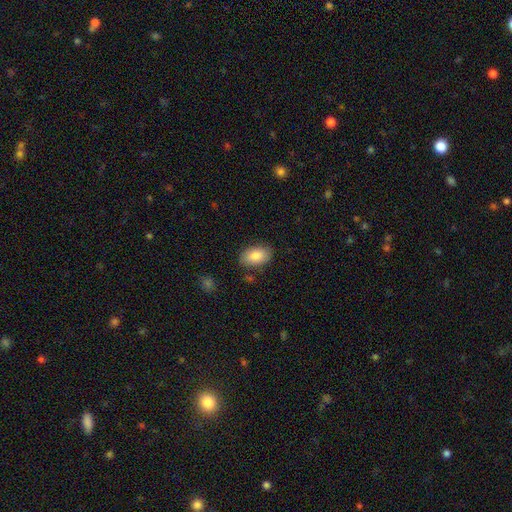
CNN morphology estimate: A smooth galaxy with no disk features (86%) that is in between round and cigar-shaped (92%).

Vote fractions:
- Smooth or featured? smooth: 86% / featured or disk: 7% / star or artifact: 6%
- How rounded? in between: 92% / round: 7% / cigar-shaped: 1%
- Merging? none: 82% / minor disturbance: 12% / major disturbance: 3% / merger: 2%